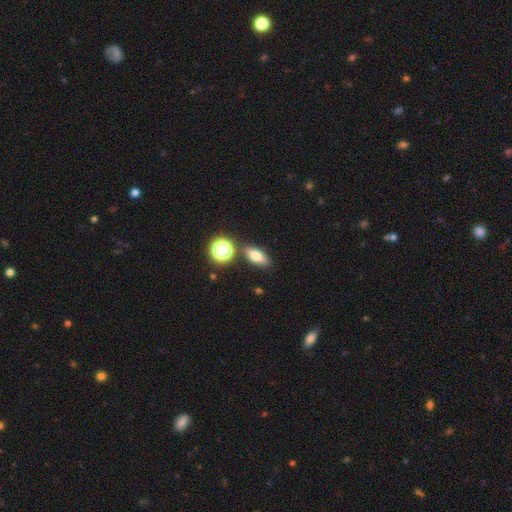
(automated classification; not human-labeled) This is likely a smooth galaxy (69%). How rounded: likely in between (68%). Merging: clearly none (82%).